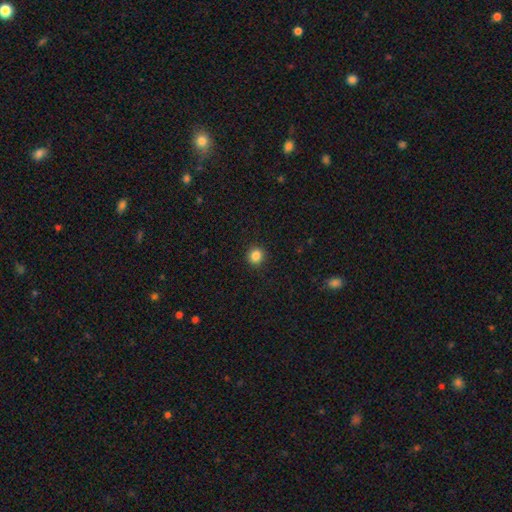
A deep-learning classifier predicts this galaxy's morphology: Smooth or featured?
  - smooth: 85% *
  - star or artifact: 11%
  - featured or disk: 4%
How rounded?
  - round: 89% *
  - in between: 10%
  - cigar-shaped: 1%
Merging?
  - none: 92% *
  - minor disturbance: 5%
  - major disturbance: 2%
  - merger: 1%